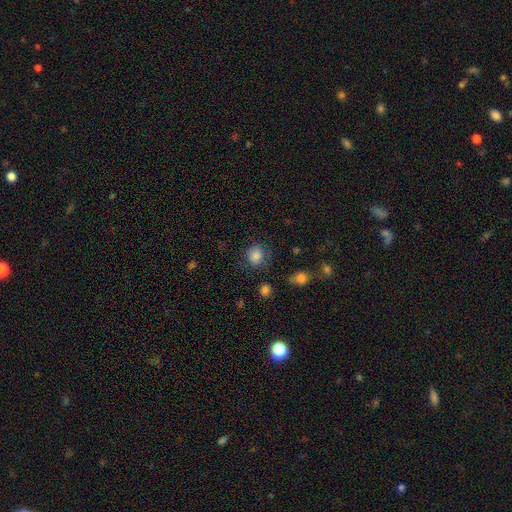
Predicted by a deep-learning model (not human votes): A smooth galaxy with no disk features (83%) that is round (75%). Merging: none (73%).